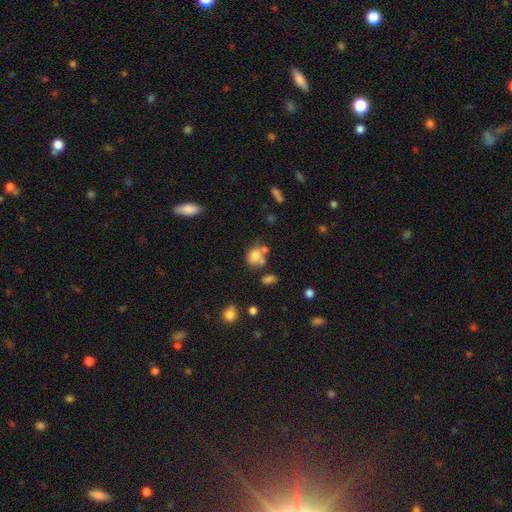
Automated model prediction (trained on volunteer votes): Smooth or featured? Predicted: smooth (p=0.76). How rounded? Predicted: round (p=0.55). Merging? Predicted: none (p=0.42).